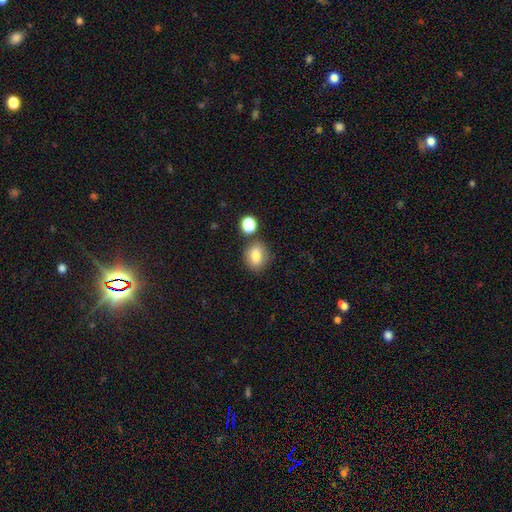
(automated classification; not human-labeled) Smooth or featured? Predicted: smooth (p=0.78). How rounded? Predicted: round (p=0.50). Merging? Predicted: none (p=0.78).